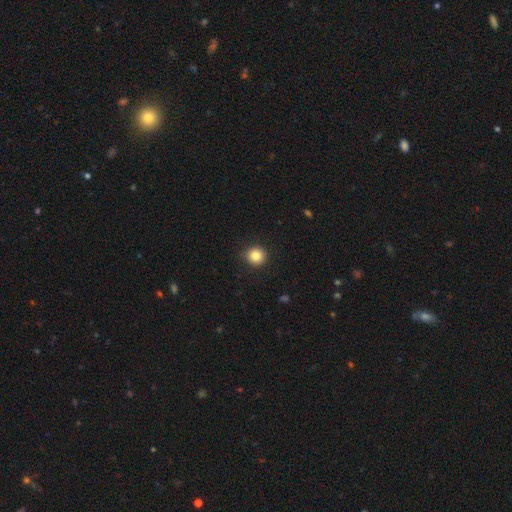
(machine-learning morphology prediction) smooth 84%, star or artifact 10%, featured or disk 6%. Down the decision tree: how rounded — round (92%); merging — none (90%).